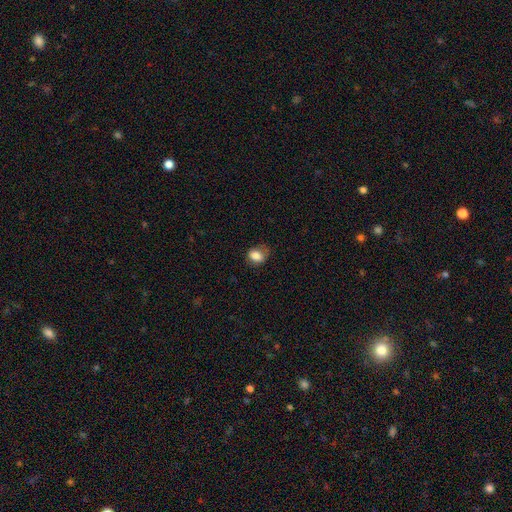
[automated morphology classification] A smooth galaxy with no disk features (82%) that is in between round and cigar-shaped (59%).

Vote fractions:
- Smooth or featured? smooth: 82% / star or artifact: 9% / featured or disk: 9%
- How rounded? in between: 59% / round: 40% / cigar-shaped: 1%
- Merging? none: 60% / minor disturbance: 28% / major disturbance: 10% / merger: 1%